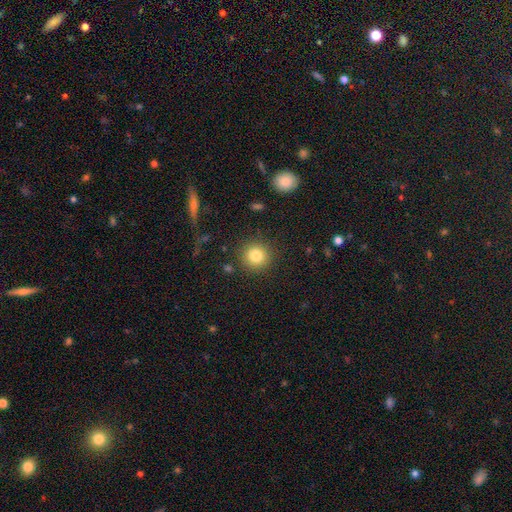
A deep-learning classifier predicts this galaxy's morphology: This appears to be a smooth galaxy with no disk features (82%) that is round (93%). Merging: none (89%).